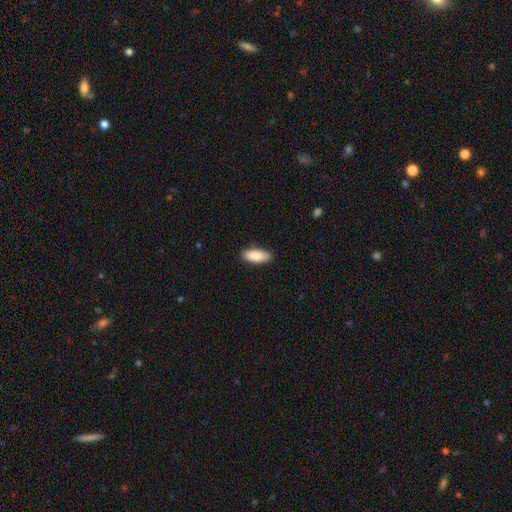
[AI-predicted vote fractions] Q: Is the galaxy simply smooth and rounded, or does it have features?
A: smooth — 87%.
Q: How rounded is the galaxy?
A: in between — 80%.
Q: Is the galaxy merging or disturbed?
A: none — 87%.